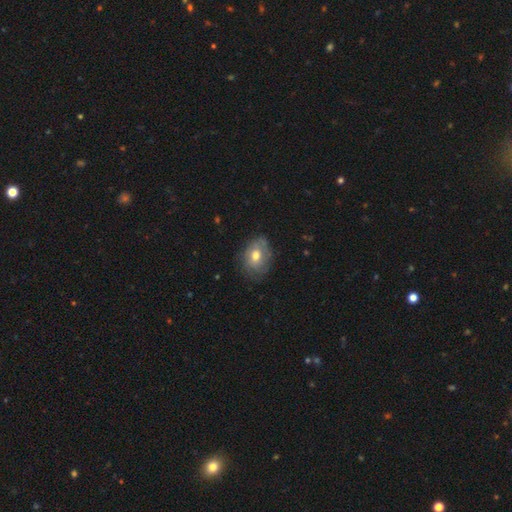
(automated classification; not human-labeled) The model was most divided on "smooth or featured": smooth: 53%, featured or disk: 40%, star or artifact: 7%. More confident: how rounded — in between (67%); merging — none (65%).